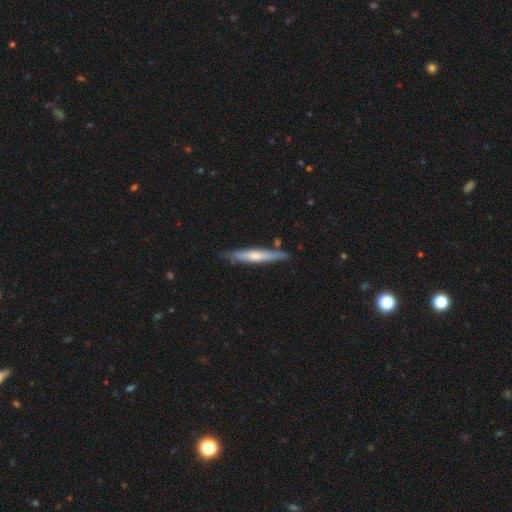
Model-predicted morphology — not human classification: smooth 51%, featured or disk 43%, star or artifact 5%. Down the decision tree: how rounded — cigar-shaped (93%); merging — none (77%).